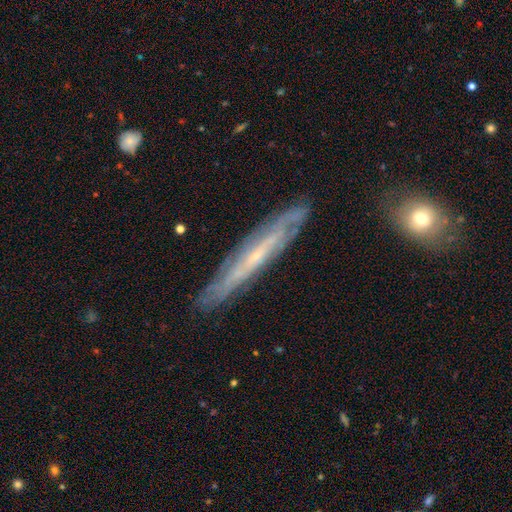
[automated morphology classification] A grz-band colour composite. It shows a featured or disk galaxy (73%) viewed edge-on (69%) with no central bulge (60%). Merging: none (82%).